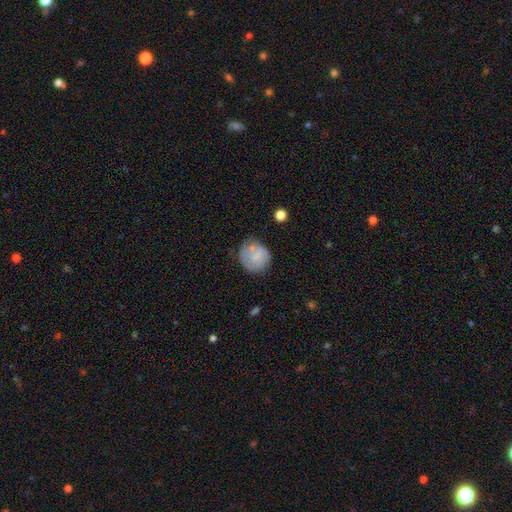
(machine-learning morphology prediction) Q: Smooth or featured?
A: smooth (73%); runner-up: featured or disk (19%)
Q: How rounded?
A: round (85%); runner-up: in between (14%)
Q: Merging?
A: none (60%); runner-up: minor disturbance (25%)